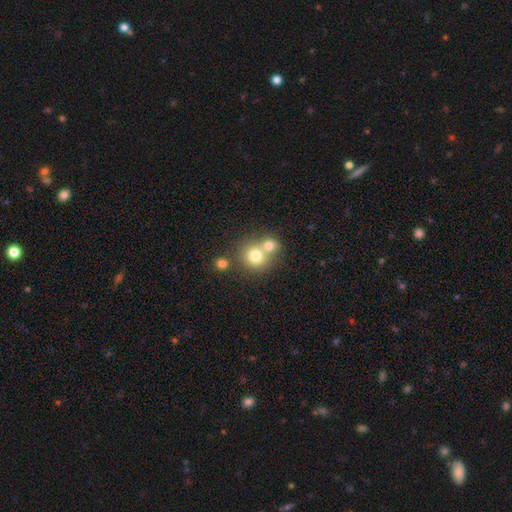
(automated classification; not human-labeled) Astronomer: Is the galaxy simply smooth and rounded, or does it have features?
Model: smooth — 74%.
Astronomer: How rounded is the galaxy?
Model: round — 86%.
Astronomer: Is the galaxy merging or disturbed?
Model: merger — 50% (runner-up: none, 42%).